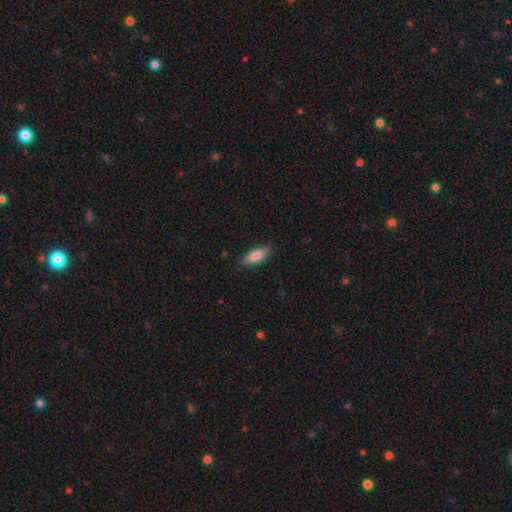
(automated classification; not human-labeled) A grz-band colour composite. It shows a smooth galaxy with no disk features (78%) that is in between round and cigar-shaped (57%). Merging: none (86%).